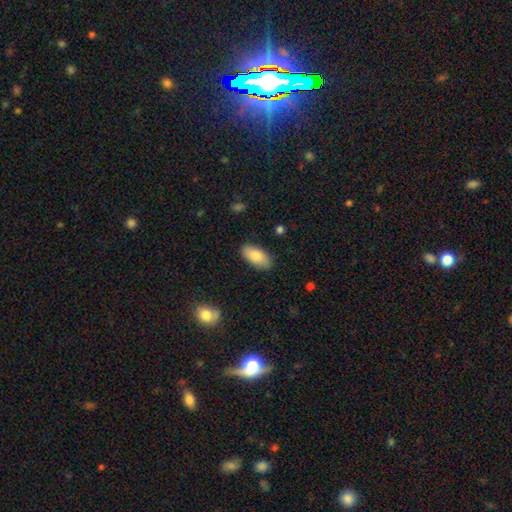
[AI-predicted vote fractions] This is clearly a smooth galaxy (83%). How rounded: clearly in between (93%). Merging: clearly none (86%).